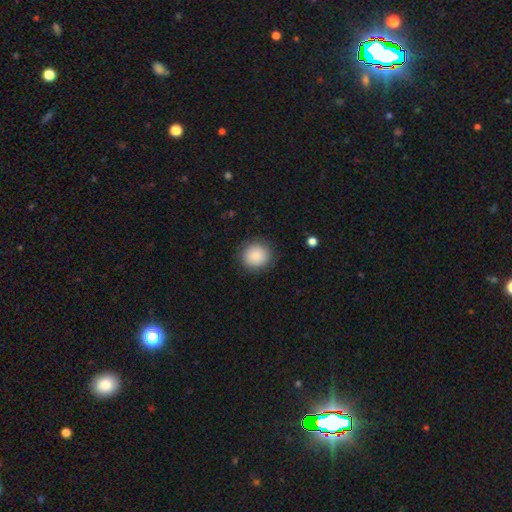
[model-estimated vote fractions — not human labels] This appears to be a smooth galaxy with no disk features (87%) that is round (91%). Merging: none (87%).